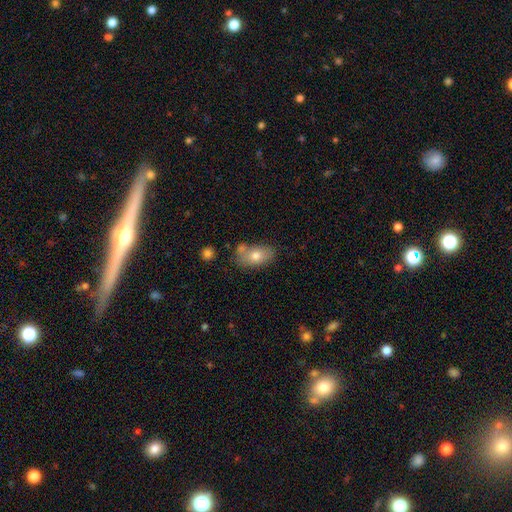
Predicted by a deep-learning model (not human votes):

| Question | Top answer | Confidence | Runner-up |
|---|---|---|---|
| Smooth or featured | smooth | 74% | featured or disk (18%) |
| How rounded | in between | 88% | round (10%) |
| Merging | none | 54% | merger (21%) |